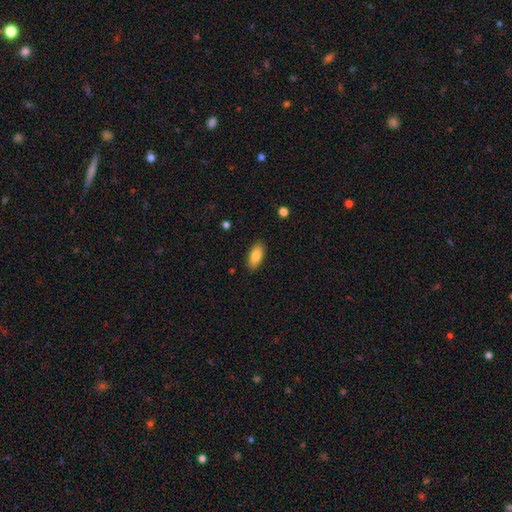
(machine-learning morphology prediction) Smooth or featured? smooth (81%)
How rounded? in between (88%)
Merging? none (88%)